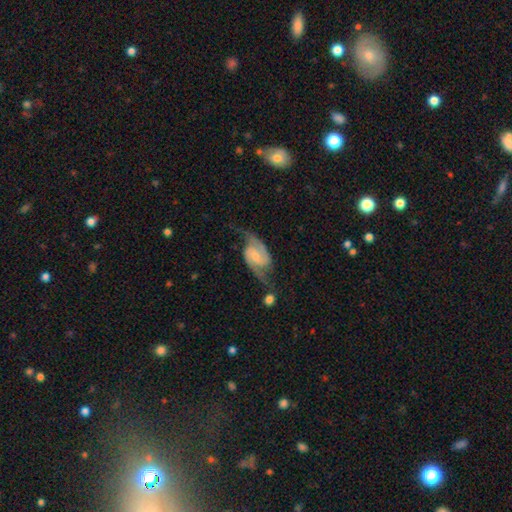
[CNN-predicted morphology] A featured or disk galaxy (87%) with a weak bar (49%), 2 (93%) loose (44%) spiral arms (97%) and a small central bulge (39%). Merging: none (61%).